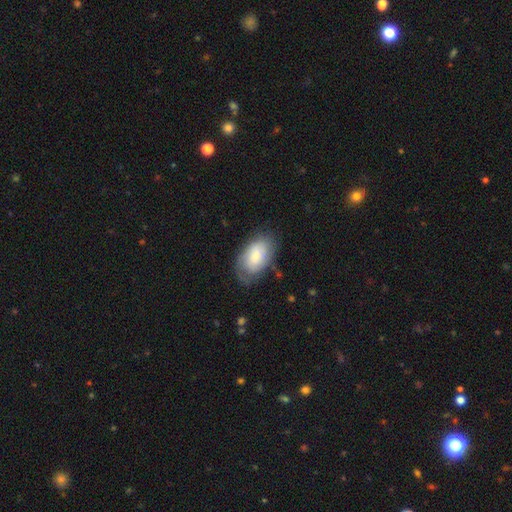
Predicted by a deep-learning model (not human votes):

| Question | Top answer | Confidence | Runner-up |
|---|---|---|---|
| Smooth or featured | smooth | 65% | featured or disk (29%) |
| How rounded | in between | 92% | round (7%) |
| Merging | none | 62% | minor disturbance (25%) |